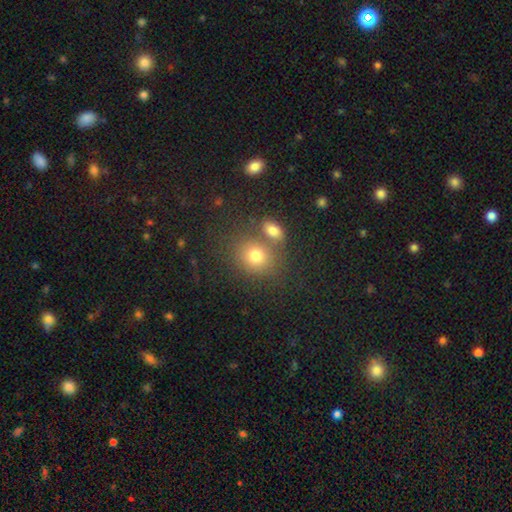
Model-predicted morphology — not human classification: Smooth or featured: smooth — 76% (star or artifact — 13%)
How rounded: round — 65% (in between — 34%)
Merging: none — 56% (merger — 29%)